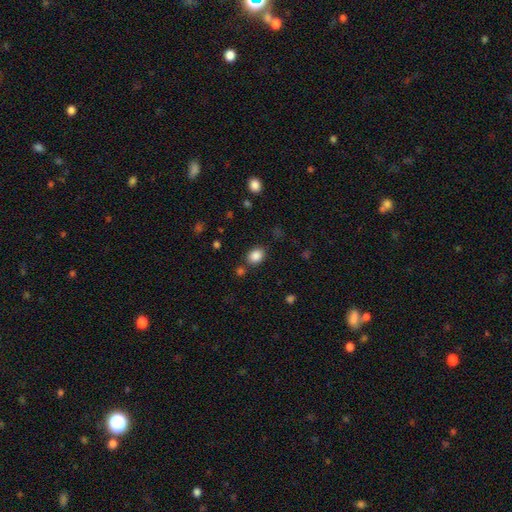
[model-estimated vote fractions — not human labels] A smooth galaxy with no disk features (86%) that is round (50%).

Vote fractions:
- Smooth or featured? smooth: 86% / star or artifact: 10% / featured or disk: 4%
- How rounded? round: 50% / in between: 49% / cigar-shaped: 1%
- Merging? none: 79% / minor disturbance: 11% / merger: 6% / major disturbance: 4%